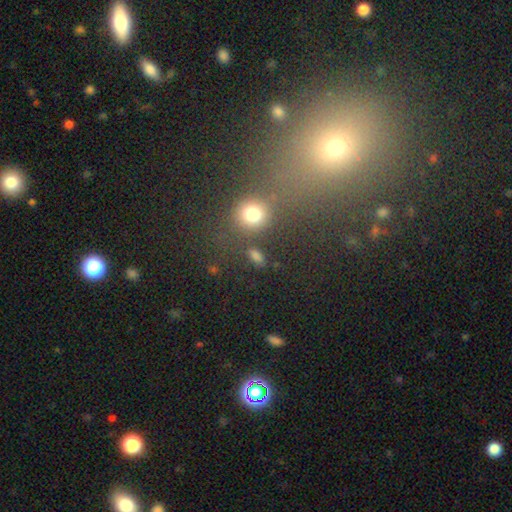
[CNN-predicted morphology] A smooth galaxy with no disk features (76%) that is in between round and cigar-shaped (68%).

Vote fractions:
- Smooth or featured? smooth: 76% / star or artifact: 16% / featured or disk: 8%
- How rounded? in between: 68% / round: 26% / cigar-shaped: 6%
- Merging? none: 76% / minor disturbance: 10% / merger: 8% / major disturbance: 6%